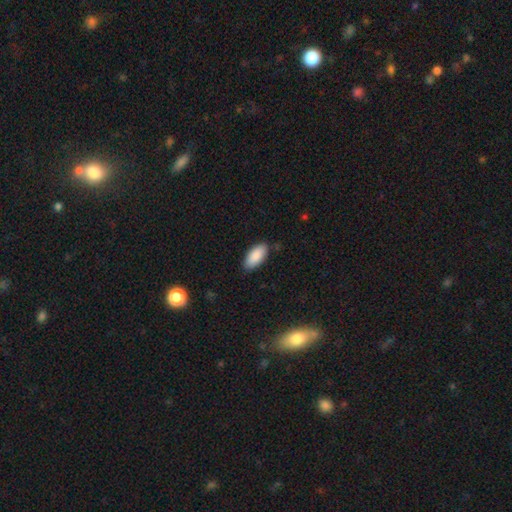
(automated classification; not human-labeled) smooth_or_featured: smooth (p=0.88) [alt: star or artifact p=0.06]
how_rounded: in between (p=0.90) [alt: cigar-shaped p=0.09]
merging: none (p=0.84) [alt: minor disturbance p=0.12]